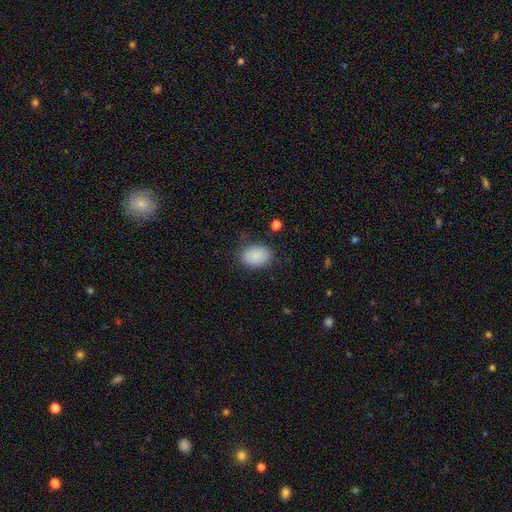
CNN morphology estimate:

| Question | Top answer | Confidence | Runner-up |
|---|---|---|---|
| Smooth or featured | smooth | 88% | star or artifact (7%) |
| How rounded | in between | 80% | round (19%) |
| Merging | none | 82% | minor disturbance (13%) |